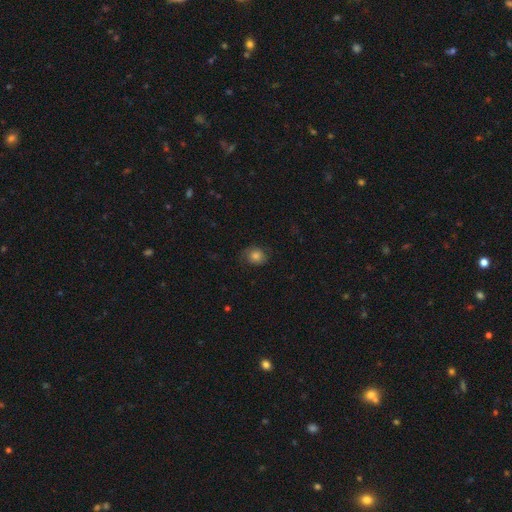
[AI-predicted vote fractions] smooth 81%, star or artifact 11%, featured or disk 8%. Down the decision tree: how rounded — round (68%); merging — none (75%).